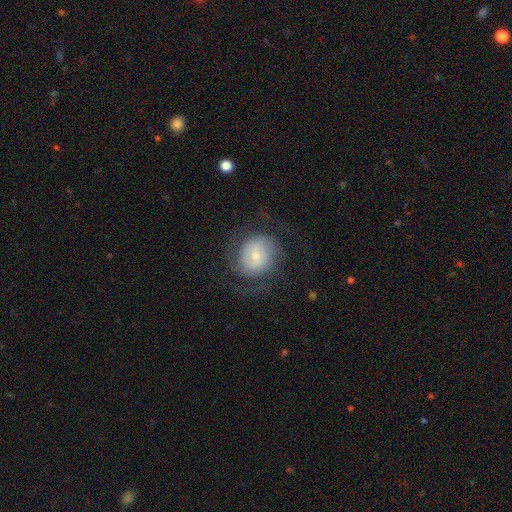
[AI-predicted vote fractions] The model was most divided on "spiral winding": medium: 42%, tight: 38%, loose: 20%. More confident: edge-on disk — no (98%); spiral arms — yes (90%); merging — none (68%); smooth or featured — featured or disk (65%); spiral arm count — 2 (61%); bulge size — small (61%); bar — no (59%).